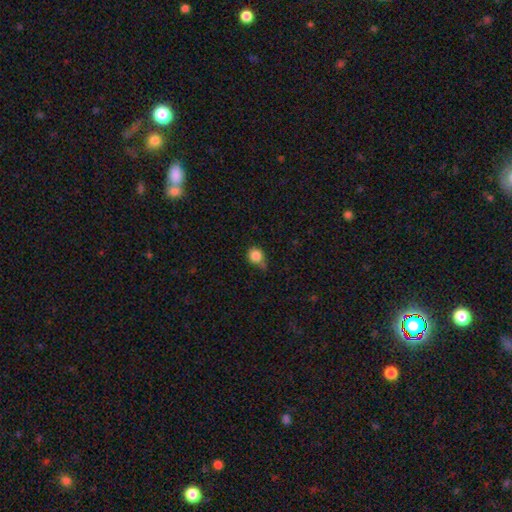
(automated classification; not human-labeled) This appears to be a smooth galaxy with no disk features (84%) that is round (87%). Merging: none (51%).